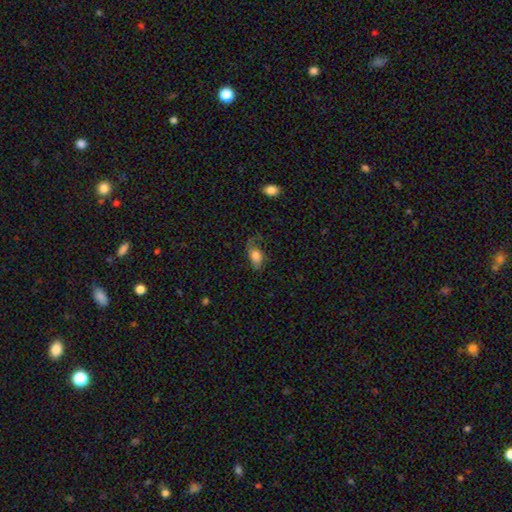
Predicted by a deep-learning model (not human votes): The model was most divided on "merging": none: 43%, major disturbance: 29%, minor disturbance: 26%, merger: 2%. More confident: how rounded — in between (82%); smooth or featured — smooth (65%).